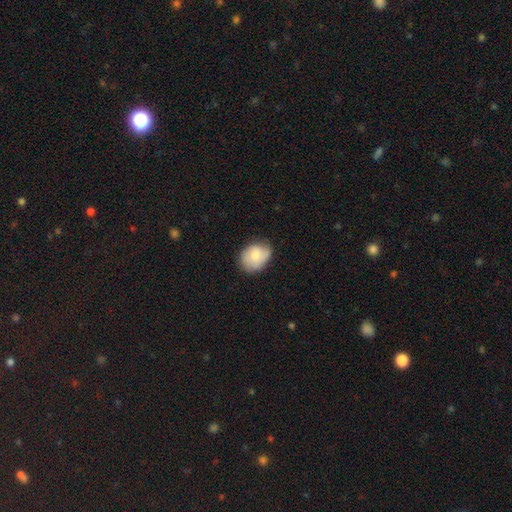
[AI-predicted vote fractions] smooth 69%, featured or disk 24%, star or artifact 7%. Down the decision tree: how rounded — in between (58%); merging — none (63%).